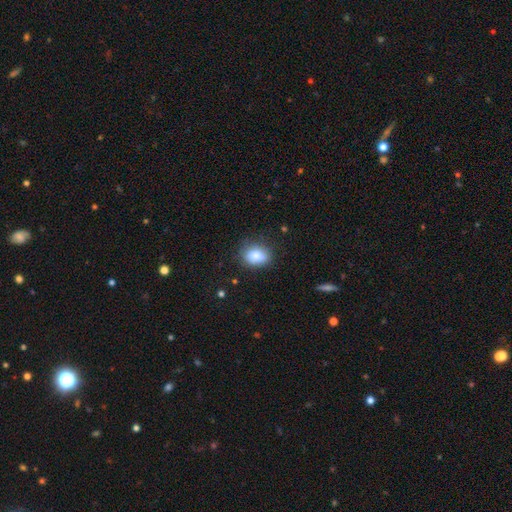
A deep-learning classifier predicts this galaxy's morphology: smooth-or-featured: smooth: 81% | featured or disk: 10% | star or artifact: 9%
  how-rounded: in between: 58% | round: 40% | cigar-shaped: 1%
  merging: none: 75% | minor disturbance: 19% | major disturbance: 4% | merger: 2%